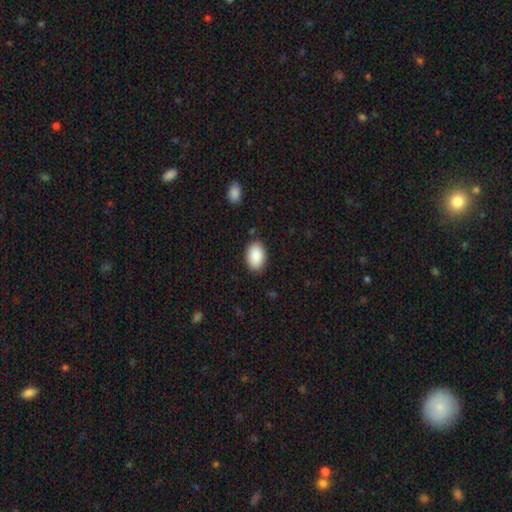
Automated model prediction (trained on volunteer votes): Overall: smooth (90%). How rounded: in between (90%). Merging: none (86%).